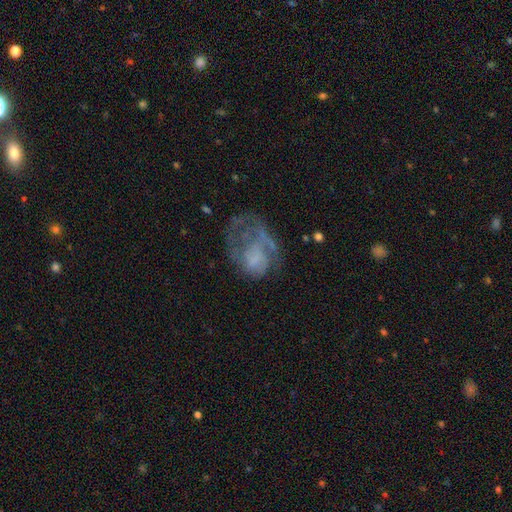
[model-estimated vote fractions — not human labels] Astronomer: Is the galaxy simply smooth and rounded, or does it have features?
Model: featured or disk — 57%.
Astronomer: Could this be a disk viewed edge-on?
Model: no — 97%.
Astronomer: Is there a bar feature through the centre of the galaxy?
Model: no — 83%.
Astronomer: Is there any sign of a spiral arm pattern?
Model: no — 60% (runner-up: yes, 40%).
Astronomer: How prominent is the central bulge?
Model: none — 65%.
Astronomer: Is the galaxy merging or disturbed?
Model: major disturbance — 45% (runner-up: none, 30%).